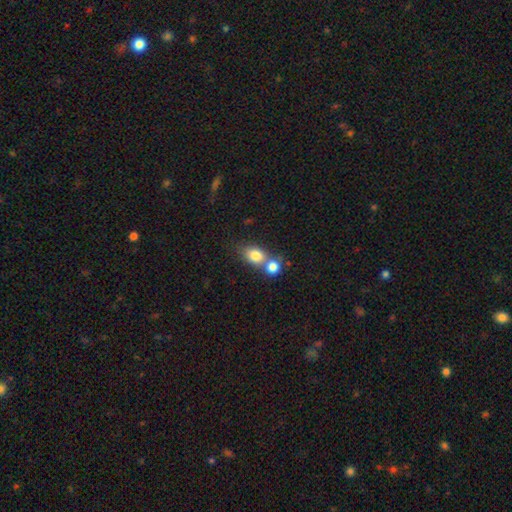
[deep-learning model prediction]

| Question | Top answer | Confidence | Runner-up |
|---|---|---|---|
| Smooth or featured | smooth | 80% | featured or disk (11%) |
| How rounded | in between | 55% | round (43%) |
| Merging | merger | 55% | none (34%) |